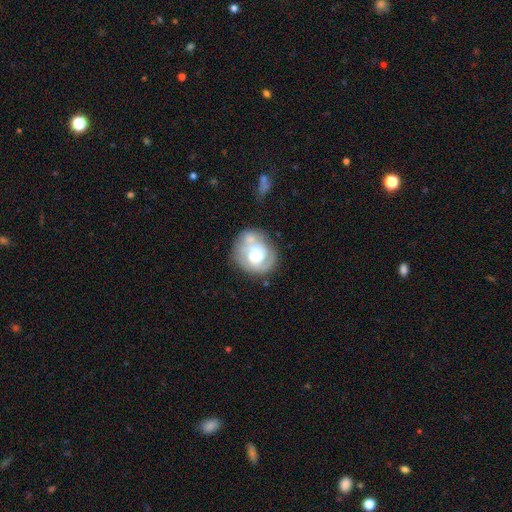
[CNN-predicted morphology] Smooth or featured: featured or disk — 70% (smooth — 24%)
Edge-on disk: no — 98% (yes — 2%)
Bar: no — 69% (weak — 26%)
Spiral arms: yes — 84% (no — 16%)
Spiral winding: tight — 53% (medium — 35%)
Spiral arm count: 2 — 57% (can't tell — 19%)
Bulge size: moderate — 59% (small — 25%)
Merging: none — 51% (merger — 21%)